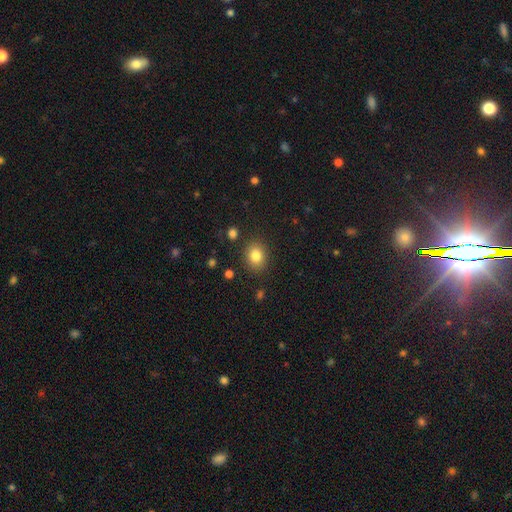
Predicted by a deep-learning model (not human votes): Morphology: type=smooth (83%); roundness=round (55%); merging=none (86%).